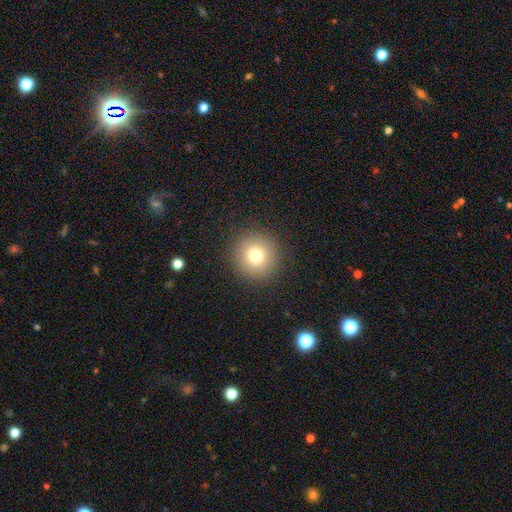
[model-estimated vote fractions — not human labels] Smooth or featured? smooth (78%)
How rounded? round (95%)
Merging? none (91%)